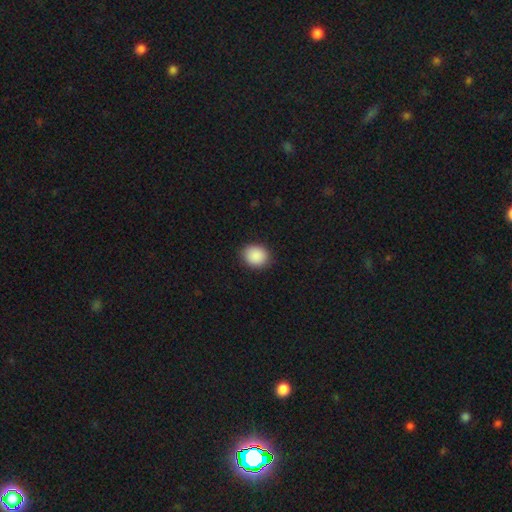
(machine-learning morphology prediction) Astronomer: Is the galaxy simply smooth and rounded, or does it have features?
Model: smooth — 90%.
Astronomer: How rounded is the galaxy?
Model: round — 68%.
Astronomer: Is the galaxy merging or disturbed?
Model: none — 89%.